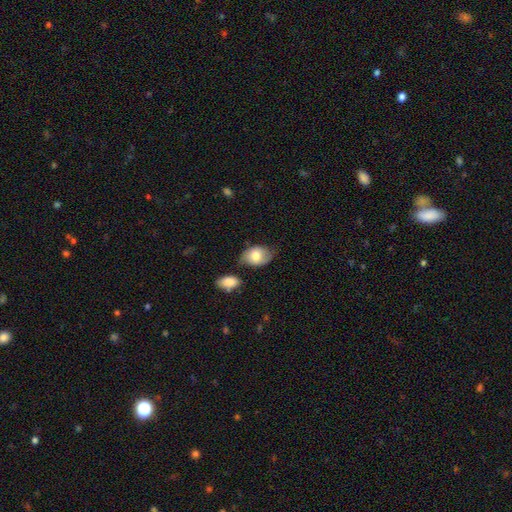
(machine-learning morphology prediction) A smooth galaxy with no disk features (74%) that is in between round and cigar-shaped (83%). Merging: none (65%).